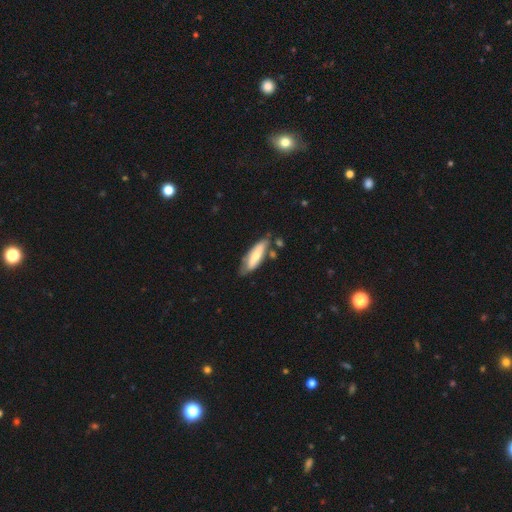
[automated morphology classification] Smooth or featured? Predicted: smooth (p=0.58). How rounded? Predicted: cigar-shaped (p=0.49, tied with in between). Merging? Predicted: none (p=0.63).